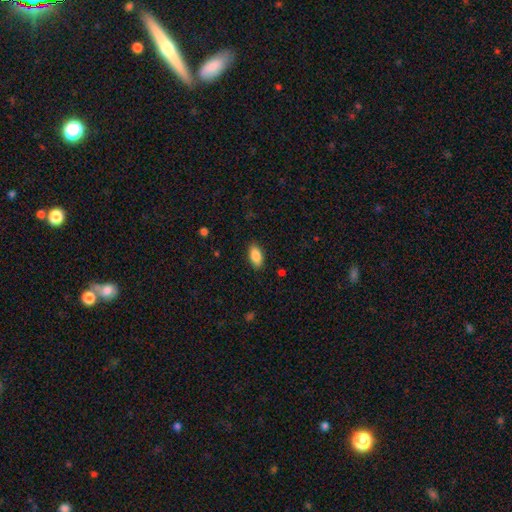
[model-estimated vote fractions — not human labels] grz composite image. It shows a smooth galaxy with no disk features (88%) that is in between round and cigar-shaped (92%). Merging: none (88%).